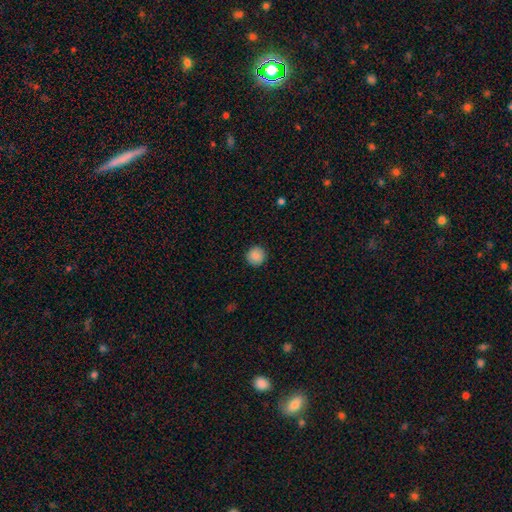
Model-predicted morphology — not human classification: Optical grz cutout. It shows a smooth galaxy with no disk features (88%) that is round (95%). Merging: none (92%).